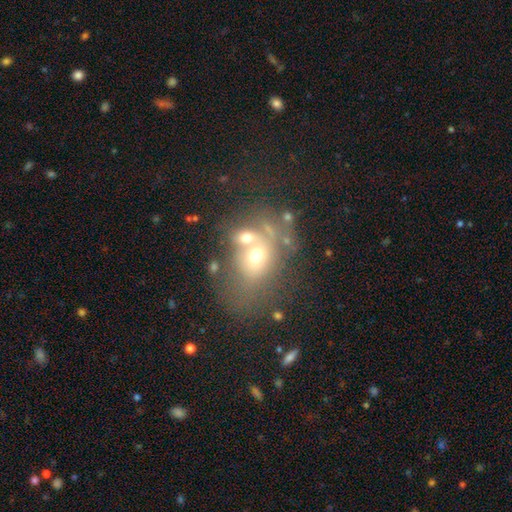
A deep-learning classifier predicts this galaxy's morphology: smooth-or-featured: smooth: 53% | featured or disk: 31% | star or artifact: 16%
  how-rounded: in between: 60% | round: 38% | cigar-shaped: 2%
  merging: merger: 47% | none: 26% | major disturbance: 15% | minor disturbance: 13%